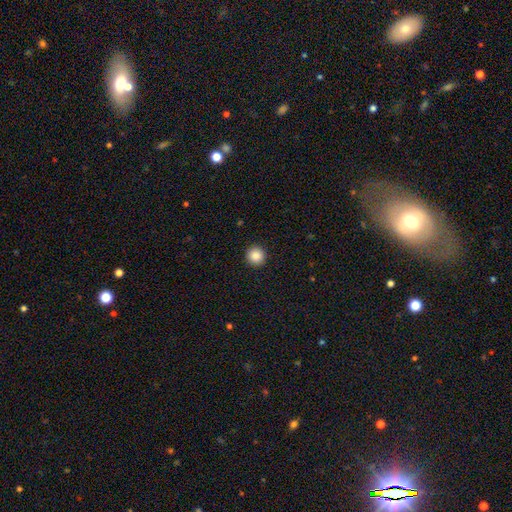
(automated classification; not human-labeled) smooth-or-featured: smooth: 88% | star or artifact: 9% | featured or disk: 3%
  how-rounded: round: 95% | in between: 4% | cigar-shaped: 1%
  merging: none: 93% | minor disturbance: 4% | major disturbance: 2% | merger: 1%